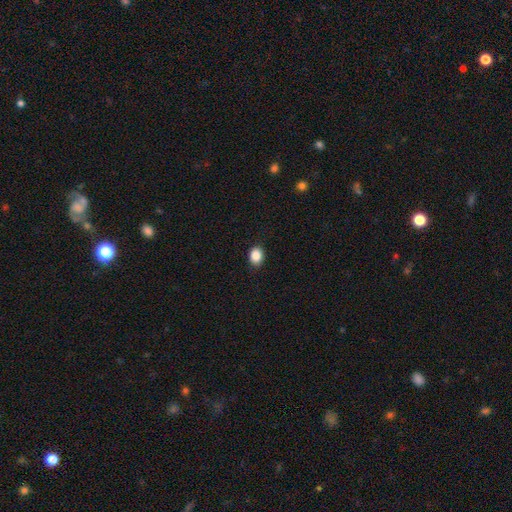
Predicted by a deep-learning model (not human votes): A smooth galaxy with no disk features (87%) that is in between round and cigar-shaped (57%). Merging: none (88%).